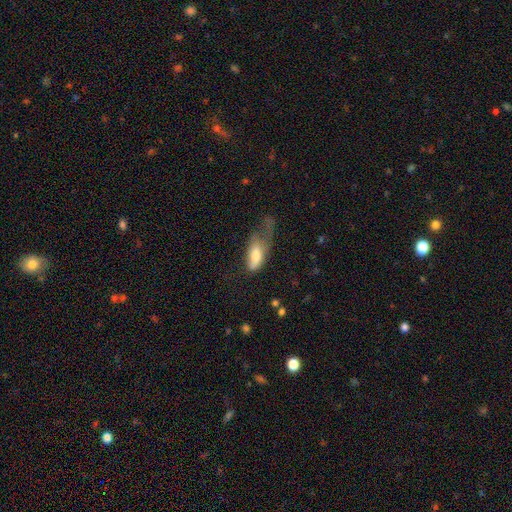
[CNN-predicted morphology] Overall: smooth (72%). How rounded: in between (84%). Merging: major disturbance (58%; minor disturbance 23%).